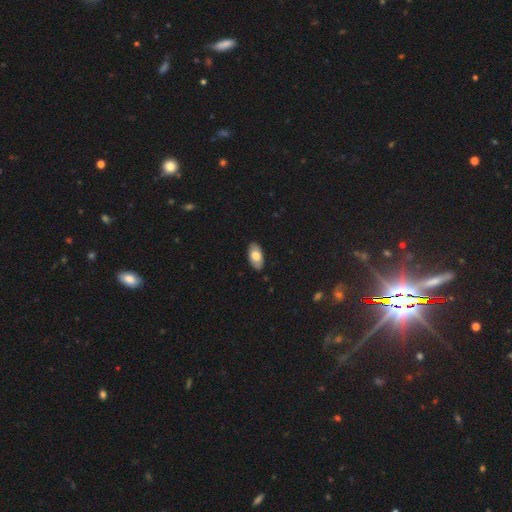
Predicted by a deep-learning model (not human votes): smooth 75%, featured or disk 19%, star or artifact 6%. Down the decision tree: how rounded — in between (94%); merging — none (88%).